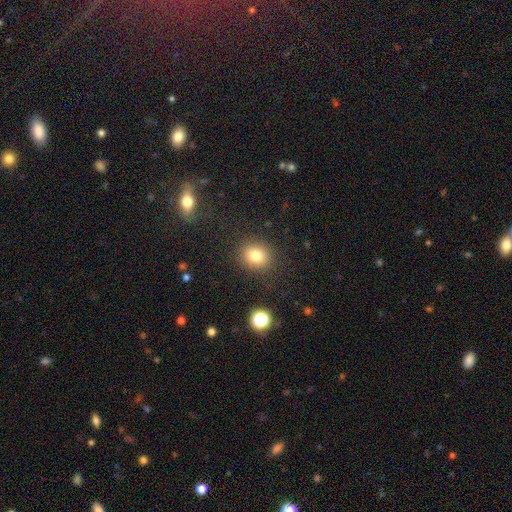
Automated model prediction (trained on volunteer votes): Smooth or featured? Predicted: smooth (p=0.80). How rounded? Predicted: round (p=0.75). Merging? Predicted: none (p=0.87).